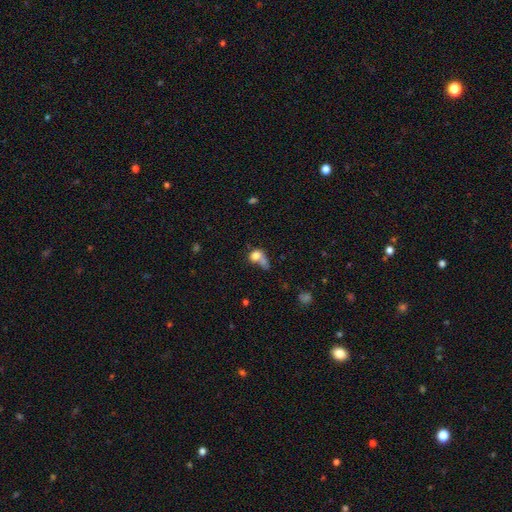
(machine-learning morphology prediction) smooth 71%, featured or disk 17%, star or artifact 11%. Down the decision tree: how rounded — round (50%); merging — merger (34%).